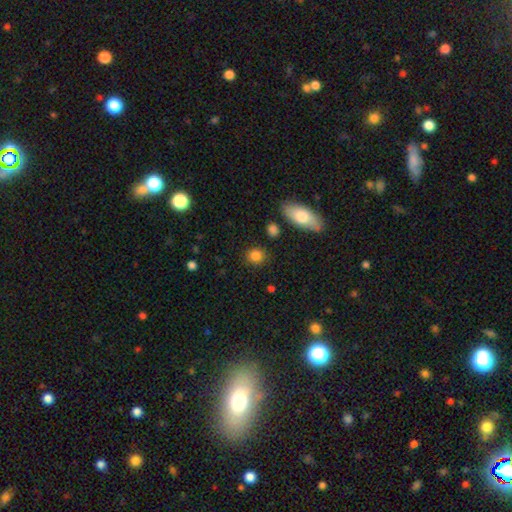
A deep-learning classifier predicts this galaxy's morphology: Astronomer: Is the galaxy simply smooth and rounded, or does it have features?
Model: smooth — 85%.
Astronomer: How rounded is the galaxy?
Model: round — 81%.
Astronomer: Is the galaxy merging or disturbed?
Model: none — 86%.